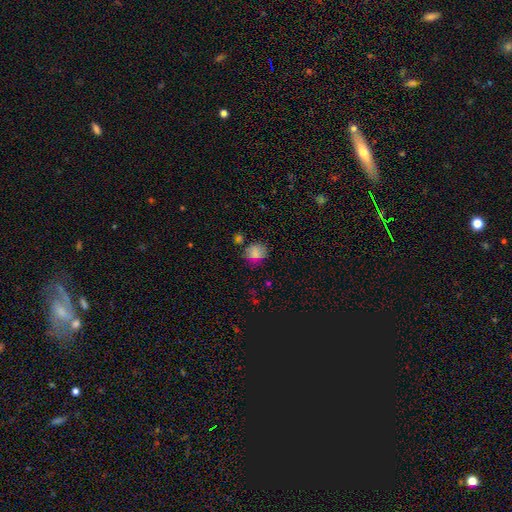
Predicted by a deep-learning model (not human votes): Smooth or featured? smooth (74%)
How rounded? round (65%)
Merging? none (70%)